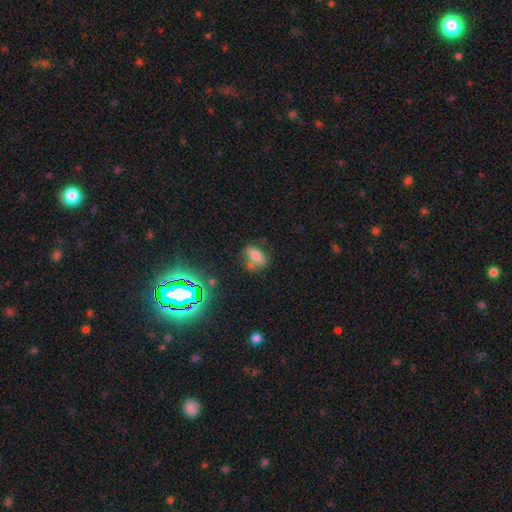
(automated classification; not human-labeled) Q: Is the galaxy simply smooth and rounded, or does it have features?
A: smooth — 64%.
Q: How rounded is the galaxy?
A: in between — 81%.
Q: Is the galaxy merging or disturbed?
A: none — 50%.